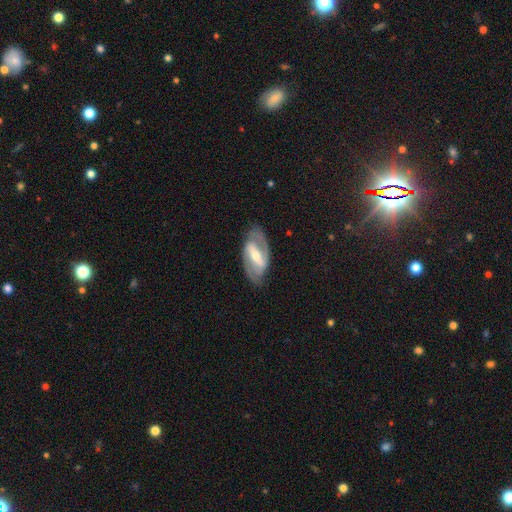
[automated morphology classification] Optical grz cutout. It shows a featured or disk galaxy (87%) with a strong bar (67%), 2 (90%) medium (49%) spiral arms (91%) and a moderate central bulge (54%). Merging: none (81%).